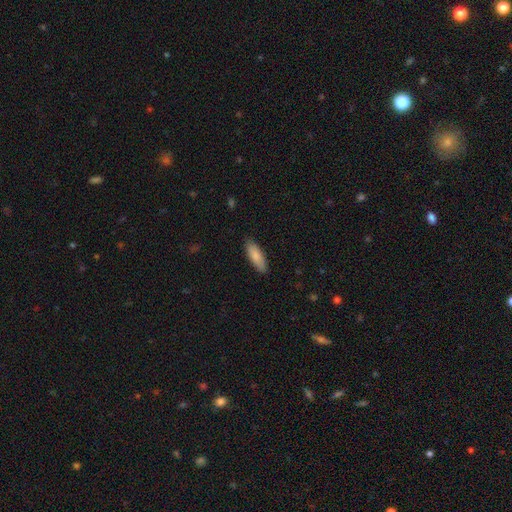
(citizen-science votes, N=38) Smooth or featured: smooth — 92% (star or artifact — 5%)
How rounded: in between — 51% (cigar-shaped — 49%)
Merging: none — 89% (minor disturbance — 6%)